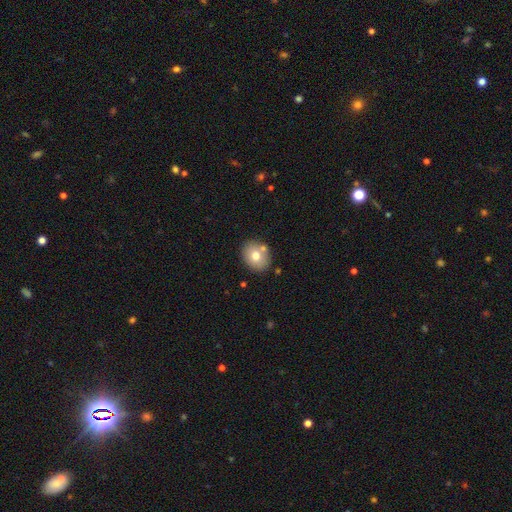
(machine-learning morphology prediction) smooth-or-featured: smooth: 72% | featured or disk: 19% | star or artifact: 9%
  how-rounded: round: 58% | in between: 41% | cigar-shaped: 1%
  merging: none: 75% | minor disturbance: 11% | merger: 11% | major disturbance: 3%